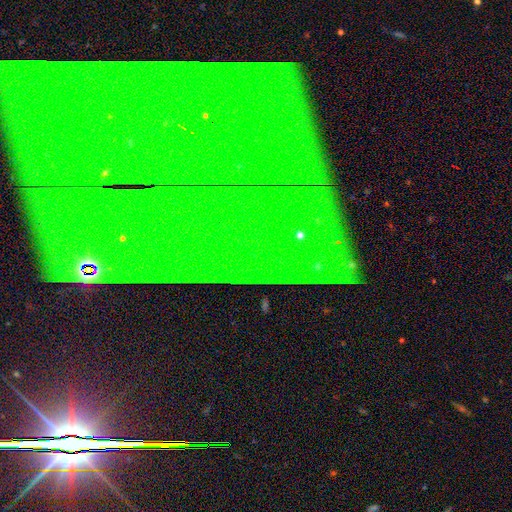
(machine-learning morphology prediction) Smooth or featured? Predicted: star or artifact (p=0.87).